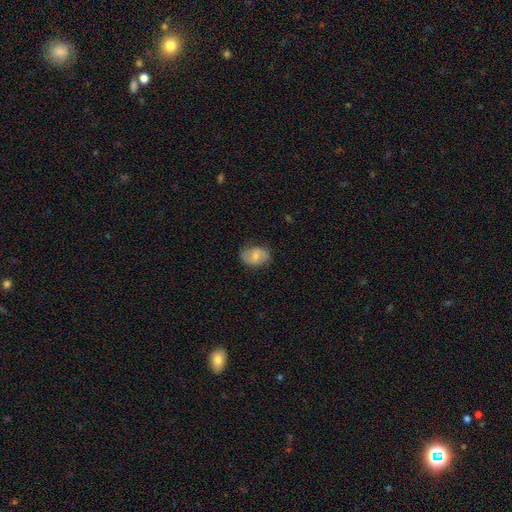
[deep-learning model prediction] Morphology: type=smooth (51%); roundness=in between (79%); merging=none (76%).